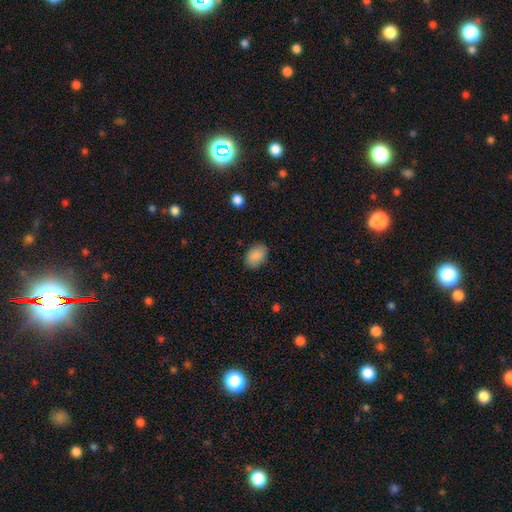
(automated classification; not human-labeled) Overall: smooth (89%). How rounded: in between (81%). Merging: none (84%).